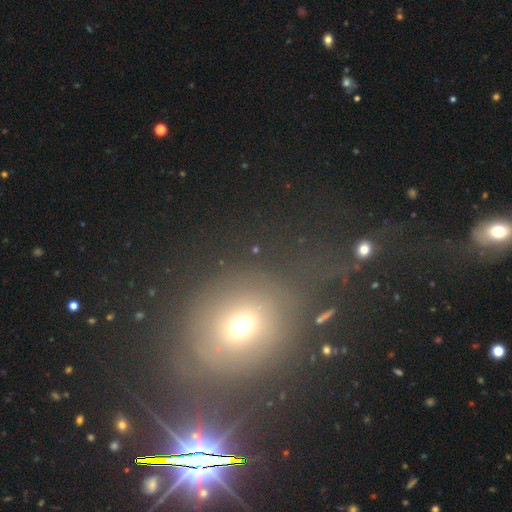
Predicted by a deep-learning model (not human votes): smooth-or-featured: smooth: 48% | star or artifact: 36% | featured or disk: 16%
  merging: none: 65% | major disturbance: 14% | minor disturbance: 14% | merger: 7%